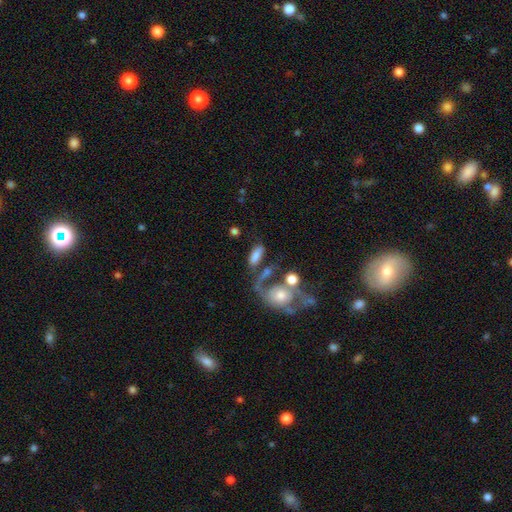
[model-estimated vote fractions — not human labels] Smooth or featured: smooth — 67% (featured or disk — 24%)
How rounded: in between — 75% (cigar-shaped — 18%)
Merging: none — 43% (merger — 27%)